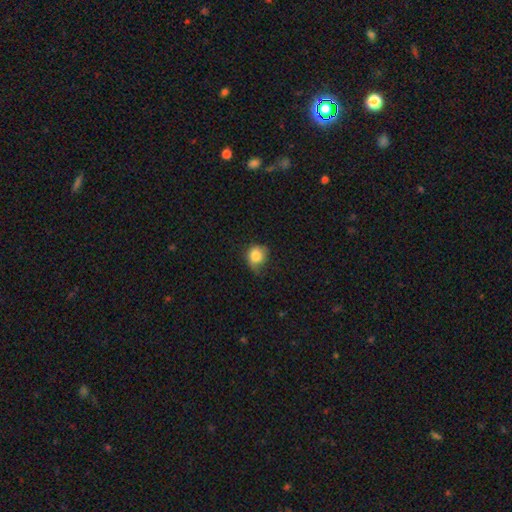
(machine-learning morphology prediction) The model was most divided on "merging": none: 48%, minor disturbance: 38%, major disturbance: 12%, merger: 2%. More confident: smooth or featured — smooth (83%); how rounded — round (72%).